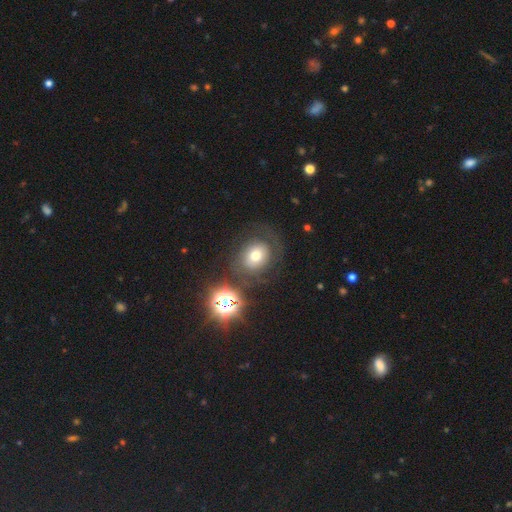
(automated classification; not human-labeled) Q: Smooth or featured?
A: smooth (59%); runner-up: featured or disk (22%)
Q: How rounded?
A: round (64%); runner-up: in between (35%)
Q: Merging?
A: none (62%); runner-up: minor disturbance (16%)